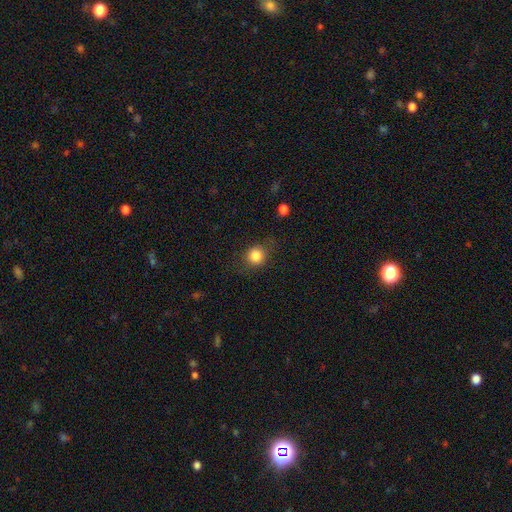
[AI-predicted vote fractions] This is clearly a smooth galaxy (82%). How rounded: clearly round (82%). Merging: likely none (77%).